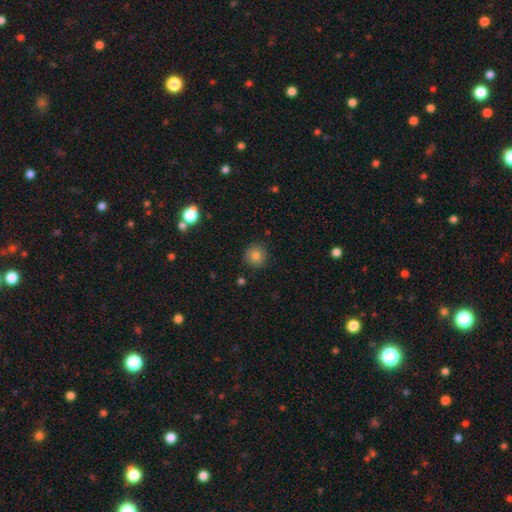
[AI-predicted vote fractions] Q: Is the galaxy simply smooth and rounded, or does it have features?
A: smooth — 82%.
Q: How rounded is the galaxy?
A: round — 94%.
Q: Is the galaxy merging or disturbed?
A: none — 88%.